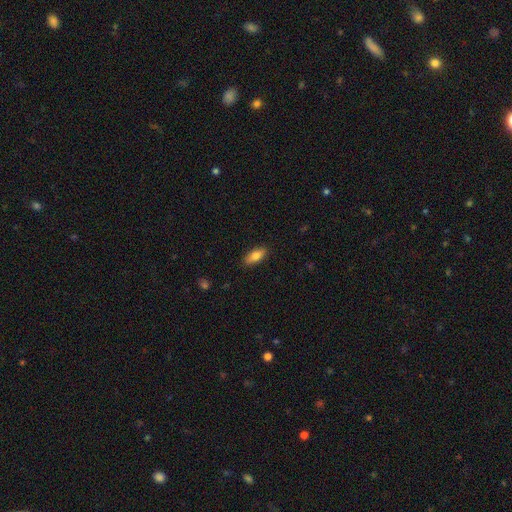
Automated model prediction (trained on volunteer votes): This appears to be a smooth galaxy with no disk features (80%) that is in between round and cigar-shaped (78%). Merging: none (87%).